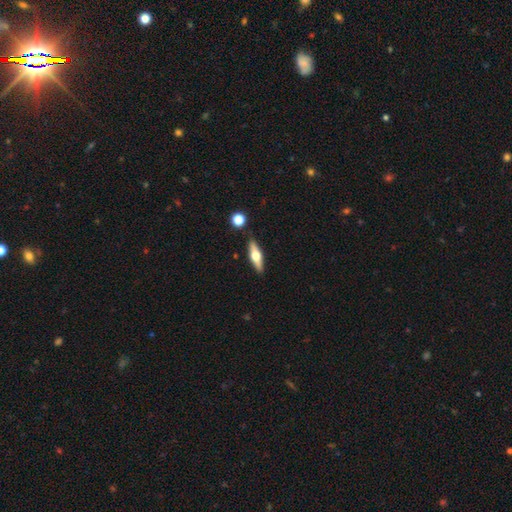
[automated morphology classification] Q: Smooth or featured?
A: featured or disk (57%); runner-up: smooth (36%)
Q: Edge-on disk?
A: yes (94%); runner-up: no (6%)
Q: Edge-on bulge?
A: rounded (94%); runner-up: boxy (4%)
Q: Merging?
A: none (87%); runner-up: minor disturbance (8%)